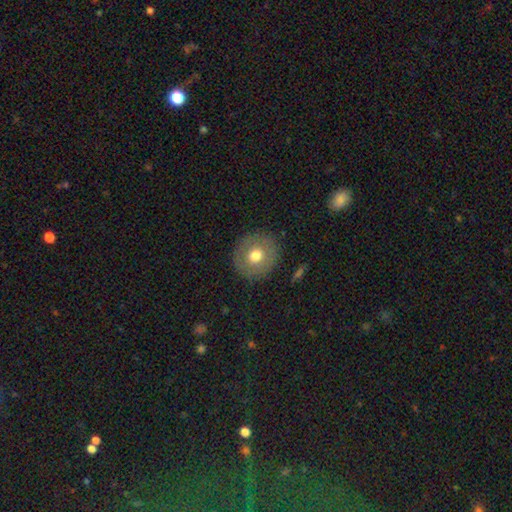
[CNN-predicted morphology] The model was most divided on "smooth or featured": smooth: 67%, featured or disk: 24%, star or artifact: 9%. More confident: how rounded — round (90%); merging — none (88%).